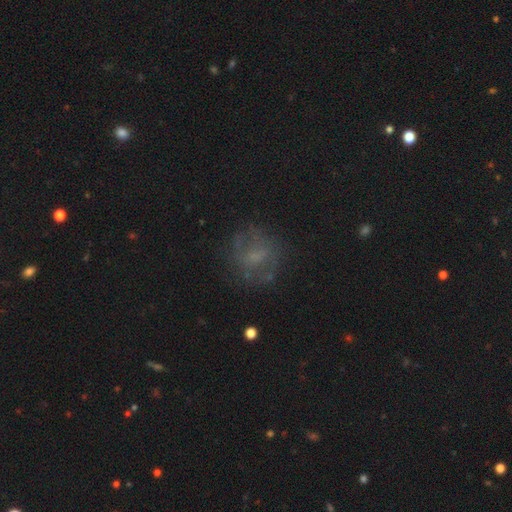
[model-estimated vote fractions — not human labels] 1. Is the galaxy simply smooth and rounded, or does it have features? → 42% featured or disk, 39% smooth, 19% star or artifact.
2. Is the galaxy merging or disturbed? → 69% none, 17% minor disturbance, 13% major disturbance, 2% merger.